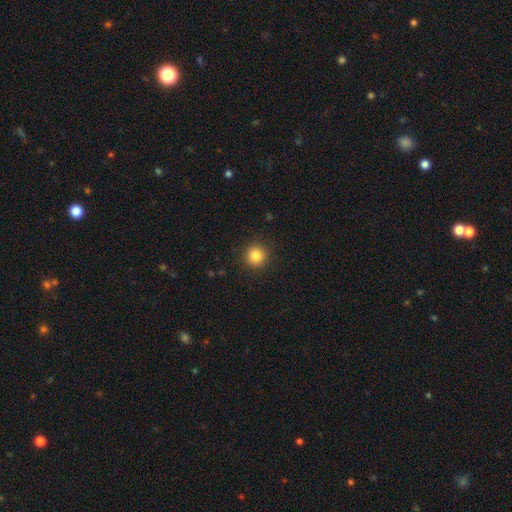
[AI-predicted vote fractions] This appears to be a smooth galaxy with no disk features (84%) that is round (95%). Merging: none (91%).